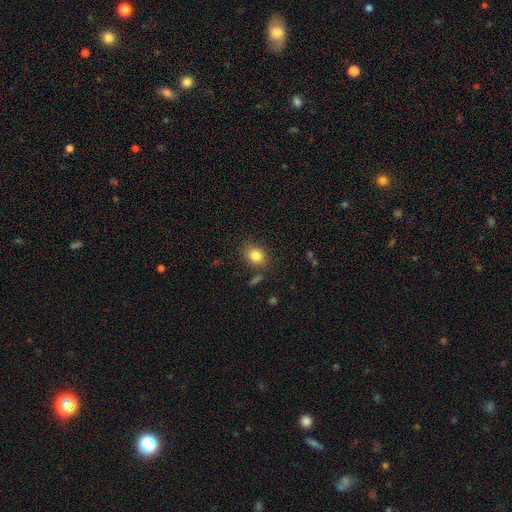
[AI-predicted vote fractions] Smooth or featured: smooth — 82% (star or artifact — 10%)
How rounded: in between — 52% (round — 47%)
Merging: none — 81% (minor disturbance — 12%)